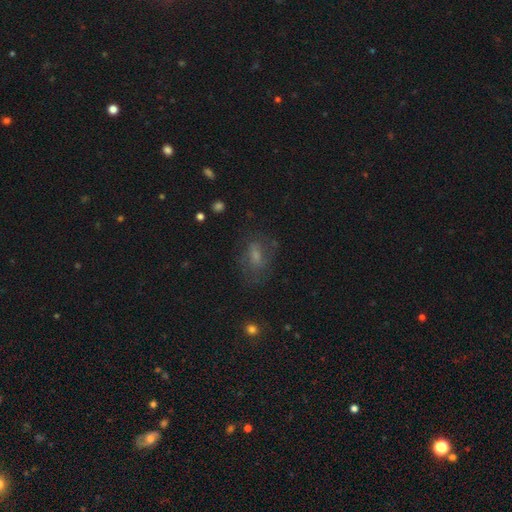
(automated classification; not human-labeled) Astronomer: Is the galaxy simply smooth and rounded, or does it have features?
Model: smooth — 43% (runner-up: featured or disk, 40%).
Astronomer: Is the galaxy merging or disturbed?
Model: none — 60%.